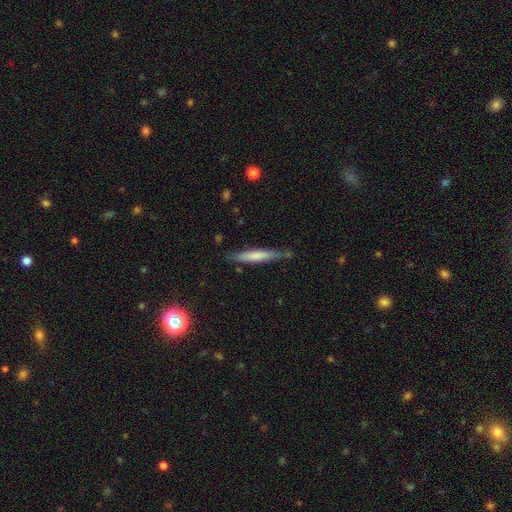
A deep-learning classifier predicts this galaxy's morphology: Smooth or featured?
  - smooth: 64% *
  - featured or disk: 30%
  - star or artifact: 6%
How rounded?
  - cigar-shaped: 92% *
  - in between: 7%
  - round: 1%
Merging?
  - none: 80% *
  - minor disturbance: 15%
  - major disturbance: 3%
  - merger: 3%